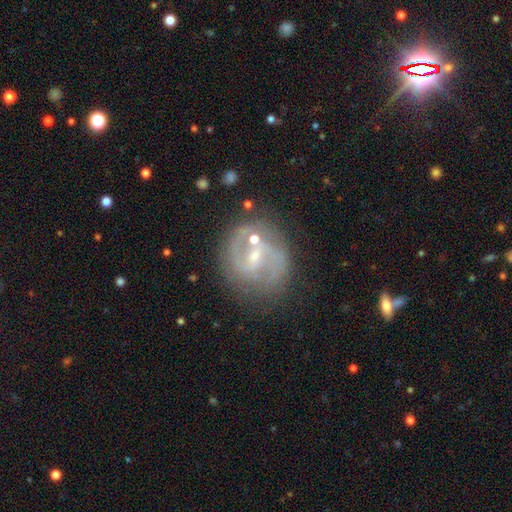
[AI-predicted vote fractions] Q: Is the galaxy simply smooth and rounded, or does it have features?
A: featured or disk — 84%.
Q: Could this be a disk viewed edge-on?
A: no — 98%.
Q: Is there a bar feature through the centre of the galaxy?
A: weak — 52%.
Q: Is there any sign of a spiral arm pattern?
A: yes — 94%.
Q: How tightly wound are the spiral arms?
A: medium — 54%.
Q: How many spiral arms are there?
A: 2 — 82%.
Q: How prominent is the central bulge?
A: small — 65%.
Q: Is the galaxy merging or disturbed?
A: none — 69%.